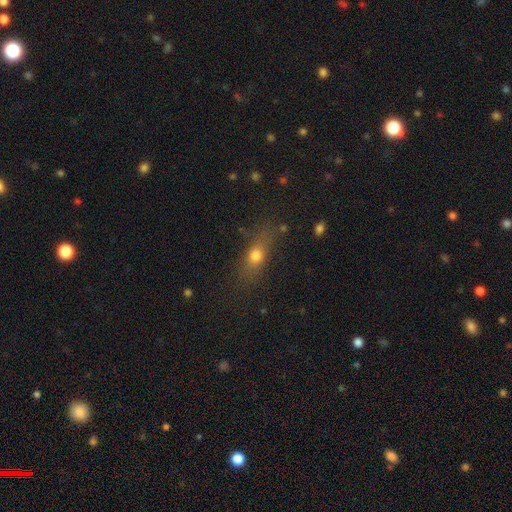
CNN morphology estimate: type=smooth (68%); roundness=in between (53%); merging=none (66%).